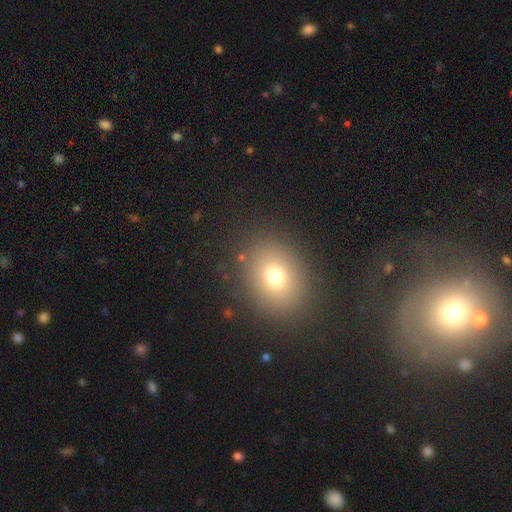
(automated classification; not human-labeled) smooth-or-featured: smooth: 65% | star or artifact: 19% | featured or disk: 15%
  how-rounded: round: 53% | in between: 46% | cigar-shaped: 1%
  merging: none: 83% | minor disturbance: 9% | major disturbance: 4% | merger: 4%